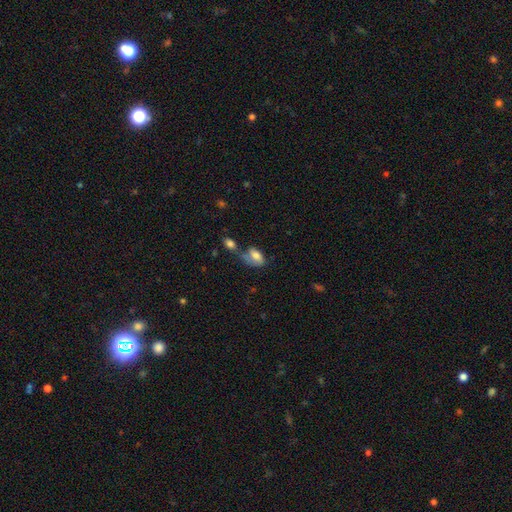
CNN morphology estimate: Q: Smooth or featured?
A: smooth (74%); runner-up: featured or disk (18%)
Q: How rounded?
A: in between (89%); runner-up: round (9%)
Q: Merging?
A: merger (35%); runner-up: none (29%)